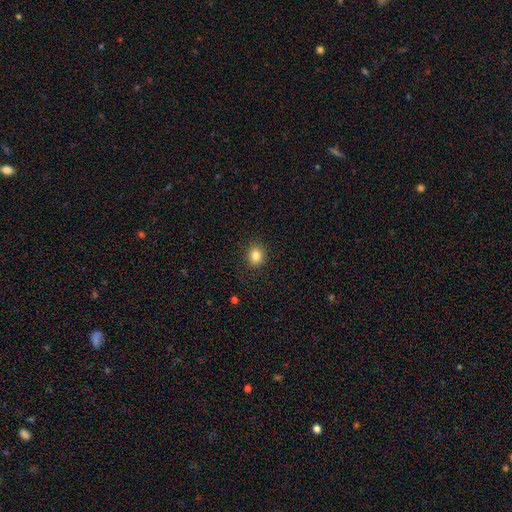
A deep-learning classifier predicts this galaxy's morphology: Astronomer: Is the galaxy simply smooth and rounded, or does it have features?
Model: smooth — 84%.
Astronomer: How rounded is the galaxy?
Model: round — 67%.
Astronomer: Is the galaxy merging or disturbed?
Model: none — 89%.